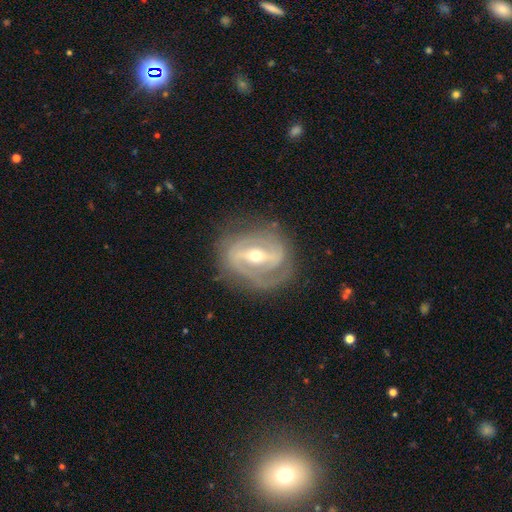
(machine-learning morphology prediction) Overall: featured or disk (86%). Edge-on disk: no (94%). Bar: strong (62%; weak 27%). Spiral arms: yes (85%). Spiral arm count: 2 (60%). Spiral winding: tight (54%; medium 35%). Bulge size: moderate (56%; small 40%). Merging: none (74%).